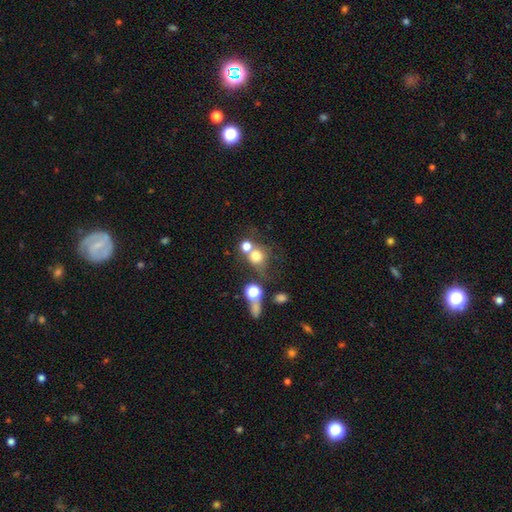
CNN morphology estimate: A smooth galaxy with no disk features (70%) that is round (83%). Merging: none (45%).